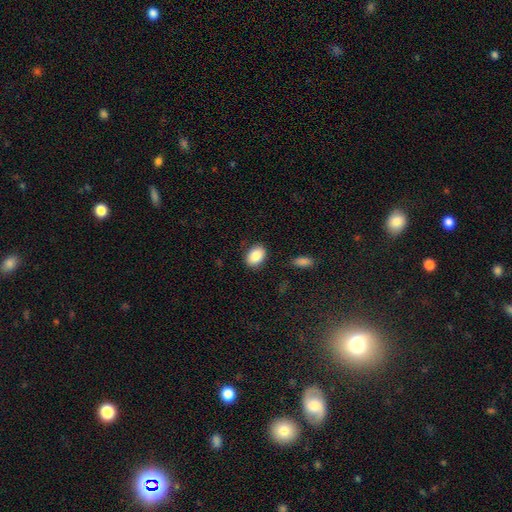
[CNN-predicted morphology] A smooth galaxy with no disk features (87%) that is in between round and cigar-shaped (79%).

Vote fractions:
- Smooth or featured? smooth: 87% / star or artifact: 7% / featured or disk: 5%
- How rounded? in between: 79% / round: 19% / cigar-shaped: 1%
- Merging? none: 85% / minor disturbance: 10% / major disturbance: 3% / merger: 2%